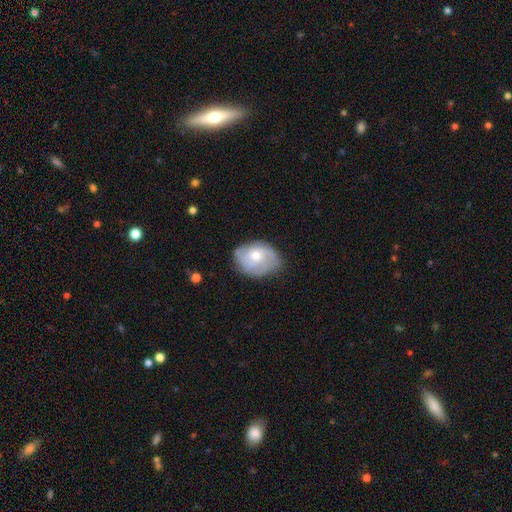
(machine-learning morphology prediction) Overall: featured or disk (67%; smooth 27%). Edge-on disk: no (97%). Bar: no (70%). Spiral arms: yes (88%). Spiral arm count: 3 (32%; 2 28%). Spiral winding: medium (43%; tight 38%). Bulge size: moderate (61%; small 33%). Merging: none (68%).